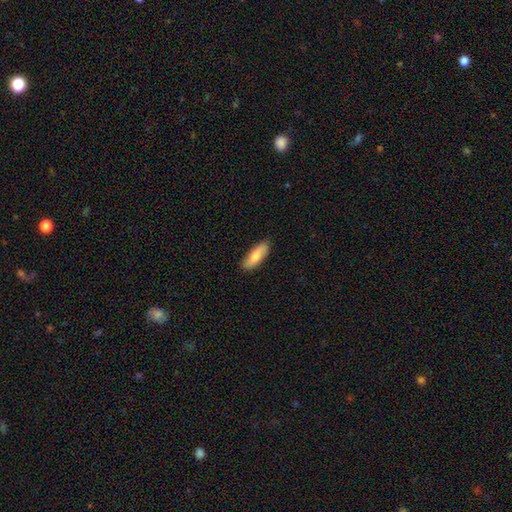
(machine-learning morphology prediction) This is likely a smooth galaxy (76%). How rounded: possibly in between (59%). Merging: clearly none (88%).